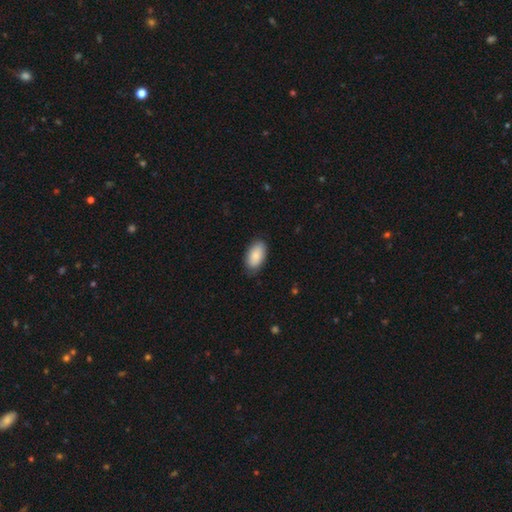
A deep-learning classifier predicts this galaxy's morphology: smooth_or_featured: smooth (p=0.86) [alt: featured or disk p=0.08]
how_rounded: in between (p=0.94) [alt: round p=0.03]
merging: none (p=0.81) [alt: minor disturbance p=0.16]